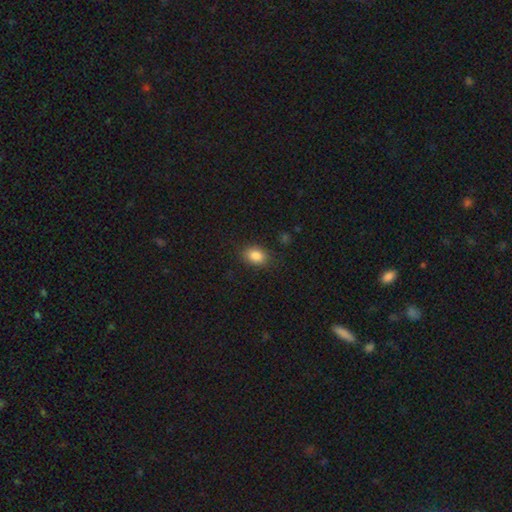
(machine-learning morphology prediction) type=smooth (86%); roundness=in between (76%); merging=none (83%).